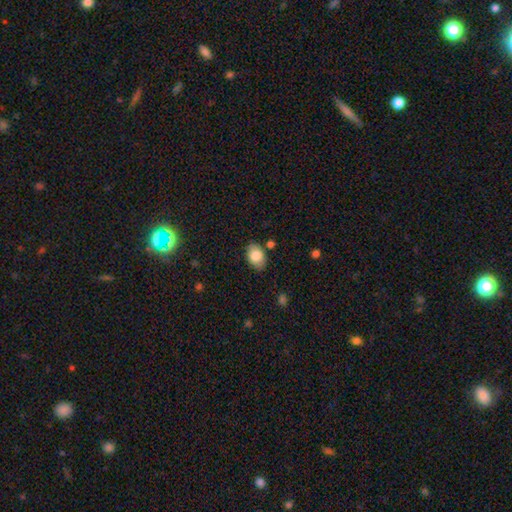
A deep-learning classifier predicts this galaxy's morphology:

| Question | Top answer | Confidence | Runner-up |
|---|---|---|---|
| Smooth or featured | smooth | 83% | featured or disk (10%) |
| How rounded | in between | 85% | round (14%) |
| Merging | none | 80% | minor disturbance (14%) |